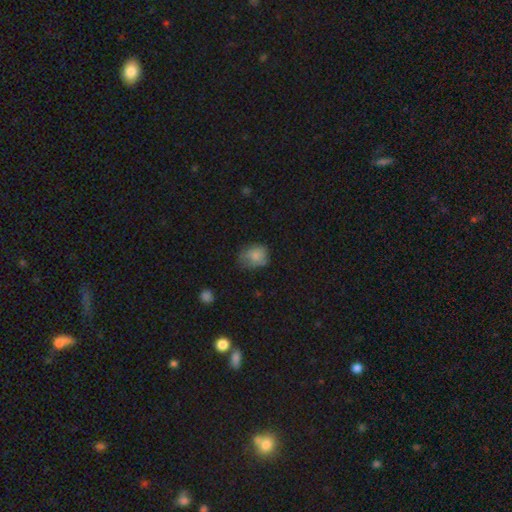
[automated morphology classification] The model was most divided on "how rounded": round: 54%, in between: 45%, cigar-shaped: 1%. More confident: smooth or featured — smooth (79%); merging — none (53%).